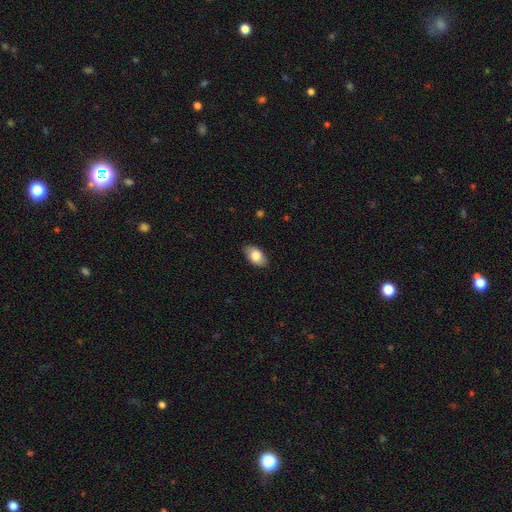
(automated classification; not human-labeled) smooth 82%, featured or disk 11%, star or artifact 6%. Down the decision tree: how rounded — in between (93%); merging — none (86%).